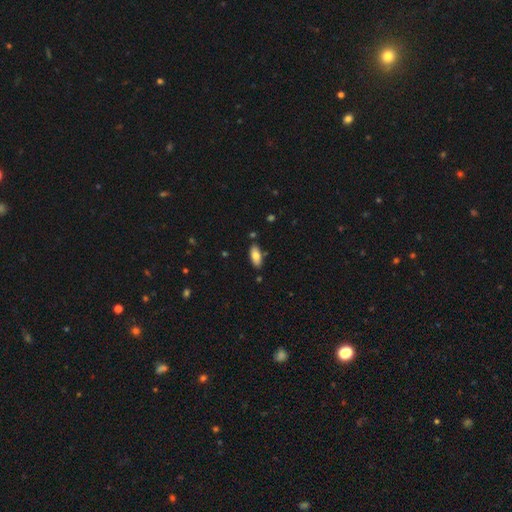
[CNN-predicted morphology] Smooth or featured: smooth — 80% (featured or disk — 14%)
How rounded: in between — 87% (cigar-shaped — 11%)
Merging: none — 83% (minor disturbance — 12%)